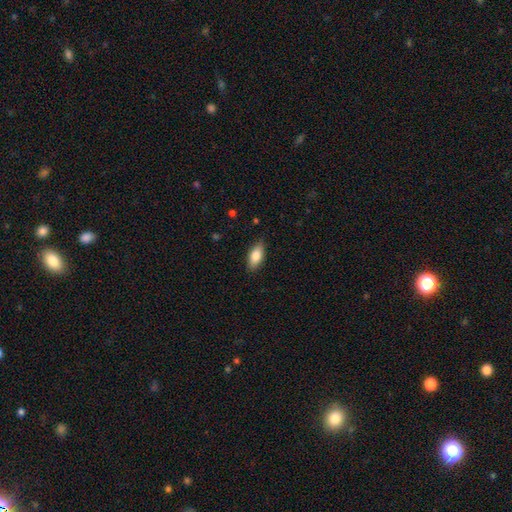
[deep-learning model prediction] This is likely a smooth galaxy (80%). How rounded: clearly in between (86%). Merging: clearly none (85%).